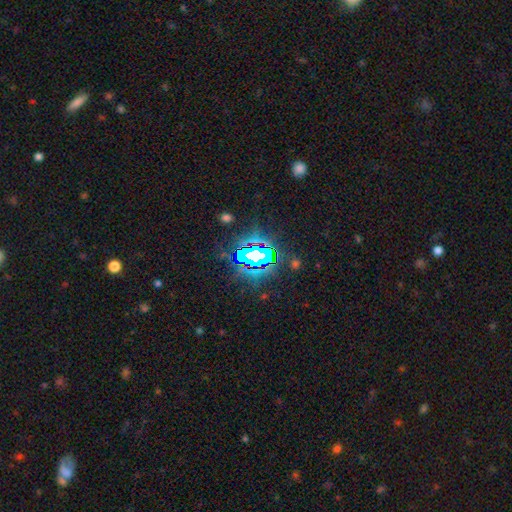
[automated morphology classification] Smooth or featured? star or artifact (74%)